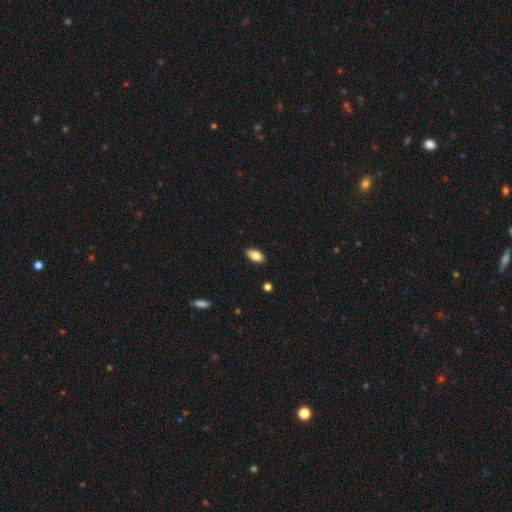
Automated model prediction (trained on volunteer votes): Smooth or featured?
  - smooth: 83% *
  - featured or disk: 10%
  - star or artifact: 7%
How rounded?
  - in between: 92% *
  - cigar-shaped: 4%
  - round: 3%
Merging?
  - none: 87% *
  - minor disturbance: 10%
  - major disturbance: 2%
  - merger: 1%